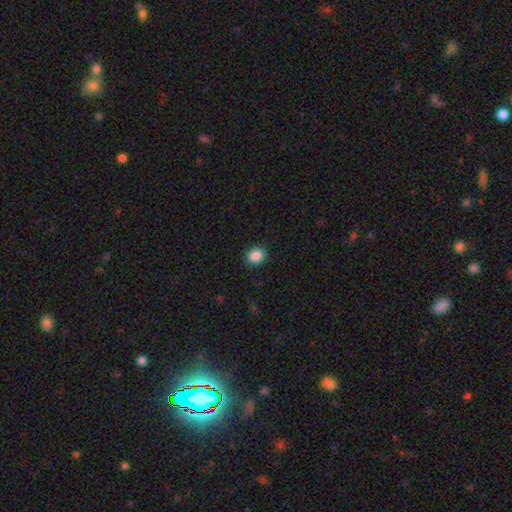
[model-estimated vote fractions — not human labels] The model was most divided on "how rounded": round: 70%, in between: 30%, cigar-shaped: 1%. More confident: merging — none (91%); smooth or featured — smooth (88%).